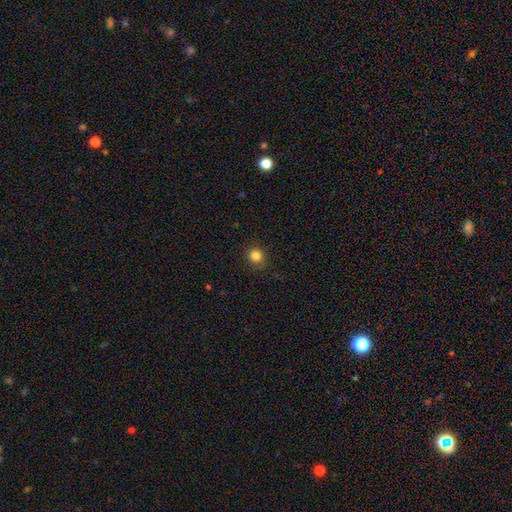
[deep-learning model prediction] Overall: smooth (83%). How rounded: round (89%). Merging: none (88%).